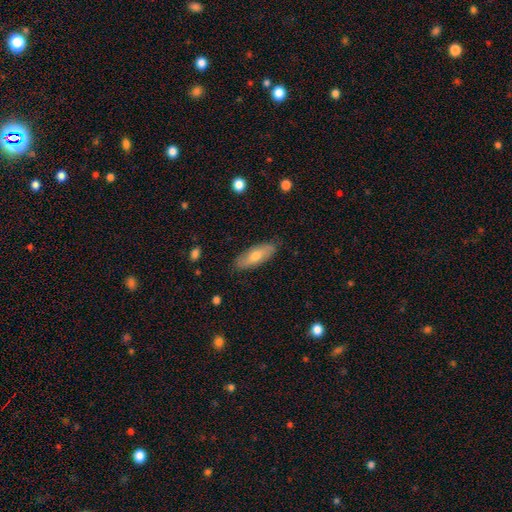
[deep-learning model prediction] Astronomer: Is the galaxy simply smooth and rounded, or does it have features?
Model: smooth — 61%.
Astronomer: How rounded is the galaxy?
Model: in between — 66%.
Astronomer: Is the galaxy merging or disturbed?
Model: none — 86%.